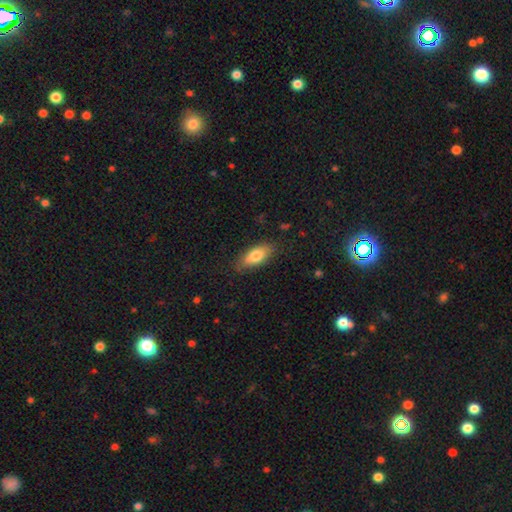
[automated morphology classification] Overall: smooth (75%). How rounded: in between (82%). Merging: none (79%).